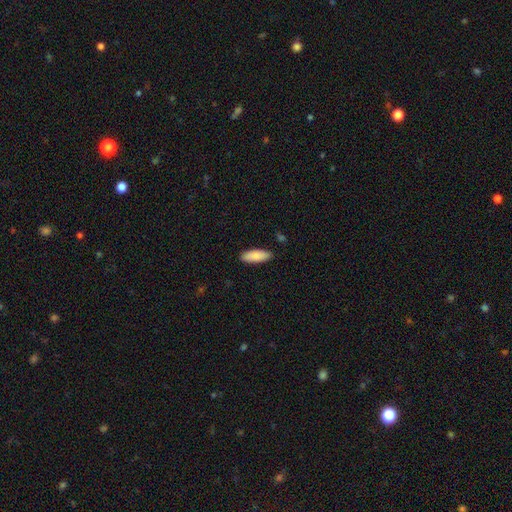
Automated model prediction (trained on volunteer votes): A smooth galaxy with no disk features (86%) that is in between round and cigar-shaped (69%). Merging: none (88%).